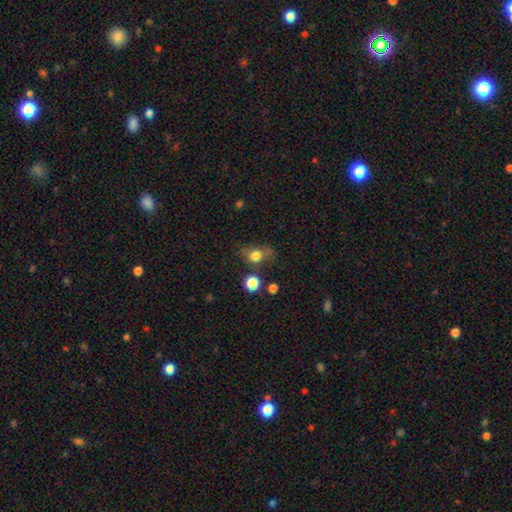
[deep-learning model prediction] This is likely a smooth galaxy (75%). How rounded: possibly round (56%). Merging: possibly none (59%).